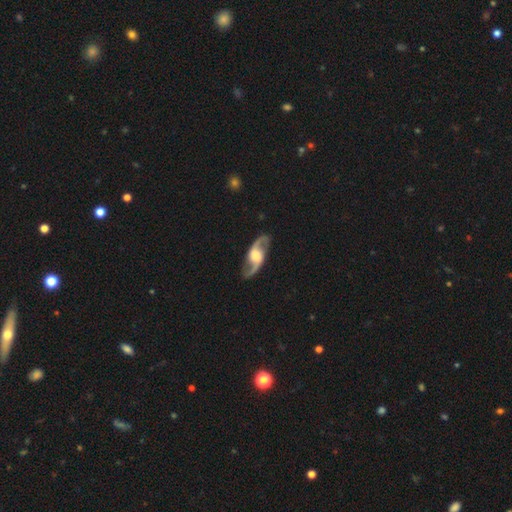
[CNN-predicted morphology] Q: Smooth or featured?
A: featured or disk (89%); runner-up: smooth (6%)
Q: Edge-on disk?
A: no (94%); runner-up: yes (6%)
Q: Bar?
A: no (47%); runner-up: weak (38%)
Q: Spiral arms?
A: yes (97%); runner-up: no (3%)
Q: Spiral winding?
A: loose (52%); runner-up: medium (40%)
Q: Spiral arm count?
A: 2 (94%); runner-up: can't tell (2%)
Q: Bulge size?
A: moderate (41%); runner-up: large (40%)
Q: Merging?
A: none (86%); runner-up: minor disturbance (10%)